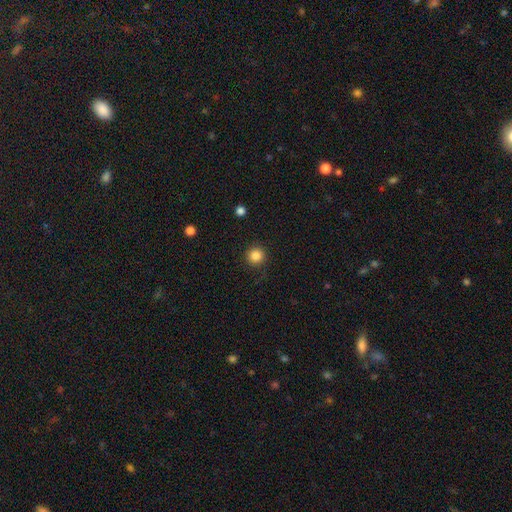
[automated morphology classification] smooth_or_featured: smooth (p=0.85) [alt: star or artifact p=0.11]
how_rounded: round (p=0.95) [alt: in between p=0.04]
merging: none (p=0.89) [alt: minor disturbance p=0.07]